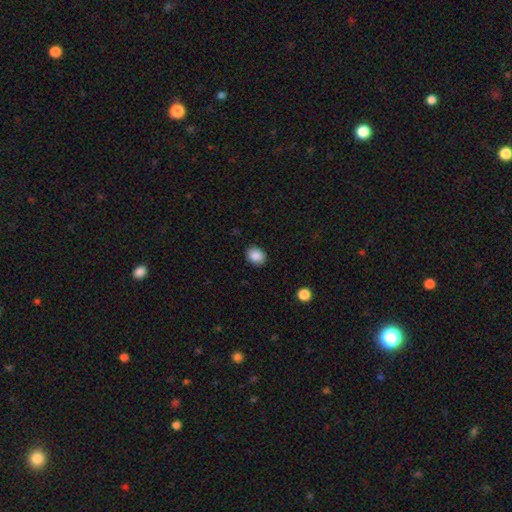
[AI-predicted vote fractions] Smooth or featured: smooth — 88% (star or artifact — 8%)
How rounded: in between — 56% (round — 43%)
Merging: none — 89% (minor disturbance — 8%)